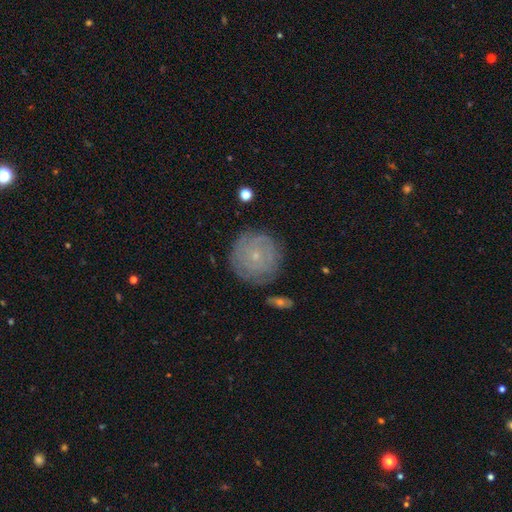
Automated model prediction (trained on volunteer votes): Q: Smooth or featured?
A: featured or disk (59%); runner-up: smooth (32%)
Q: Edge-on disk?
A: no (97%); runner-up: yes (3%)
Q: Bar?
A: no (85%); runner-up: weak (12%)
Q: Spiral arms?
A: yes (79%); runner-up: no (21%)
Q: Bulge size?
A: small (85%); runner-up: moderate (11%)
Q: Merging?
A: none (81%); runner-up: minor disturbance (13%)